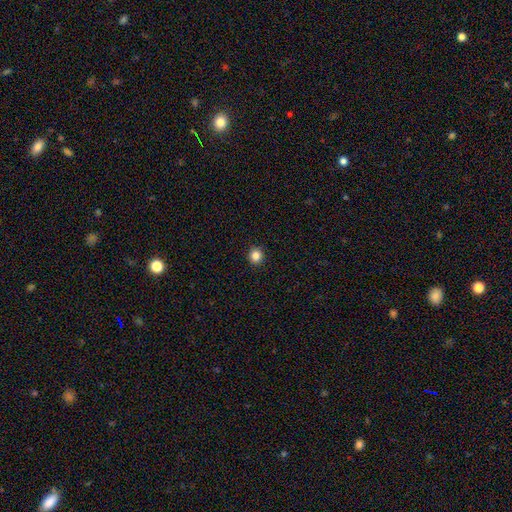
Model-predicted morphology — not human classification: Smooth or featured? Predicted: smooth (p=0.85). How rounded? Predicted: round (p=0.93). Merging? Predicted: none (p=0.93).